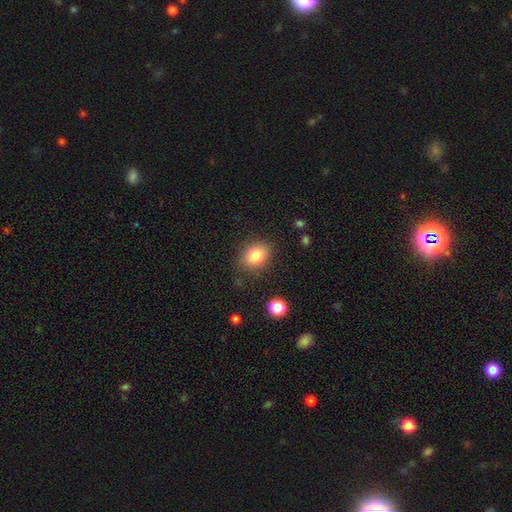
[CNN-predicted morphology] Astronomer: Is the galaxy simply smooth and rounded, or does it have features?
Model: smooth — 82%.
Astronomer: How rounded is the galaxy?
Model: in between — 53% (runner-up: round, 46%).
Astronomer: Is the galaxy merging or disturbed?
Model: none — 84%.